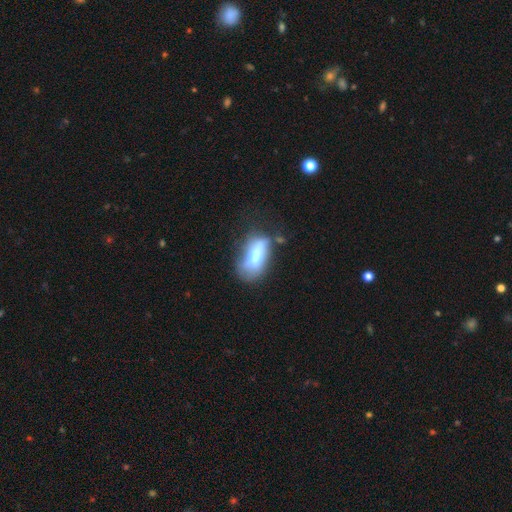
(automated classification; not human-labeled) smooth 58%, featured or disk 34%, star or artifact 8%. Down the decision tree: how rounded — in between (84%); merging — none (46%).